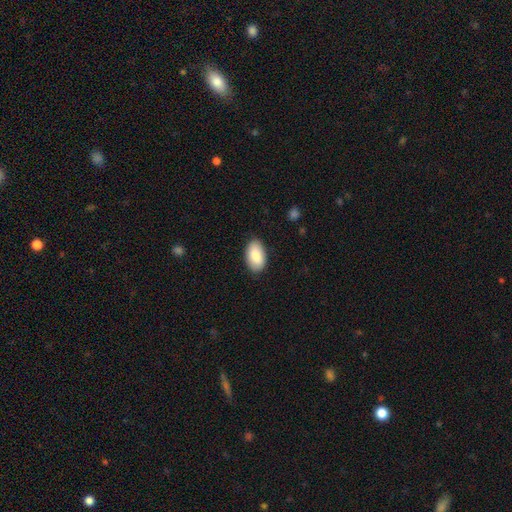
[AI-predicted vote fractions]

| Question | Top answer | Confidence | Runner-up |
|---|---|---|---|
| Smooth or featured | smooth | 86% | featured or disk (9%) |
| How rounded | in between | 95% | round (3%) |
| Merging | none | 87% | minor disturbance (10%) |